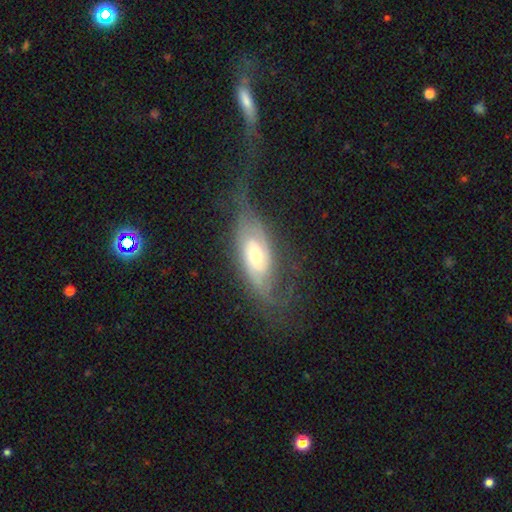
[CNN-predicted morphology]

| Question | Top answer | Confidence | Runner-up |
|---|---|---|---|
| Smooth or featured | featured or disk | 74% | smooth (20%) |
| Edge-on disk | no | 86% | yes (14%) |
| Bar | no | 65% | weak (28%) |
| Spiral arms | yes | 87% | no (13%) |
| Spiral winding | medium | 37% | tight (35%) |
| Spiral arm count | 2 | 56% | can't tell (27%) |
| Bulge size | moderate | 62% | small (22%) |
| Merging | none | 53% | major disturbance (23%) |